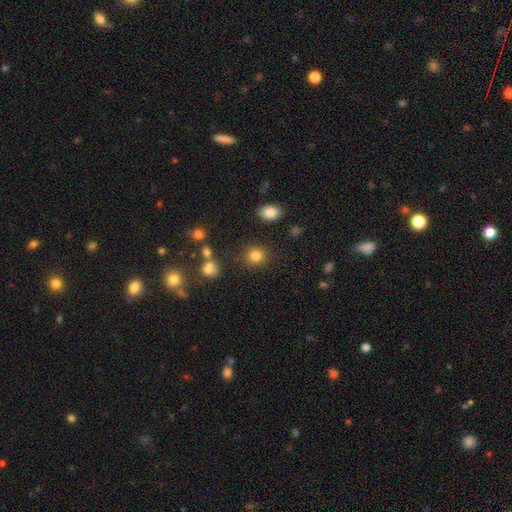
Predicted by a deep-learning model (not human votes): smooth_or_featured: smooth (p=0.83) [alt: star or artifact p=0.12]
how_rounded: round (p=0.82) [alt: in between p=0.17]
merging: none (p=0.84) [alt: minor disturbance p=0.08]